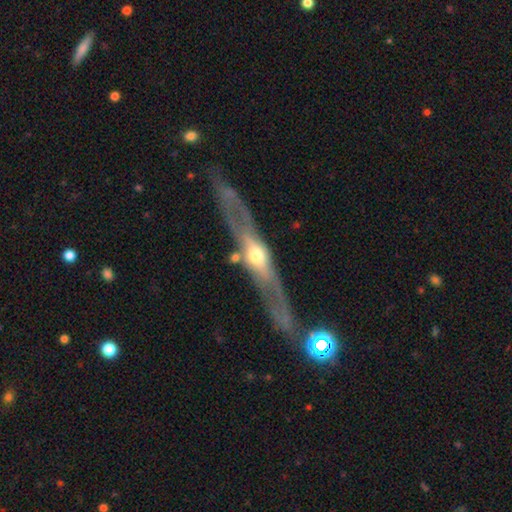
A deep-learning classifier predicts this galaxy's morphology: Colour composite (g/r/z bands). It shows a featured or disk galaxy (77%) viewed edge-on (79%) with a rounded central bulge (89%). Merging: none (62%).